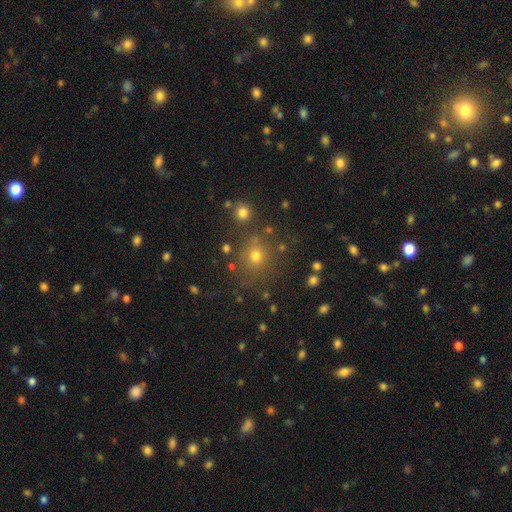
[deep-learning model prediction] Smooth or featured: smooth — 68% (star or artifact — 23%)
How rounded: round — 86% (in between — 13%)
Merging: none — 78% (minor disturbance — 10%)